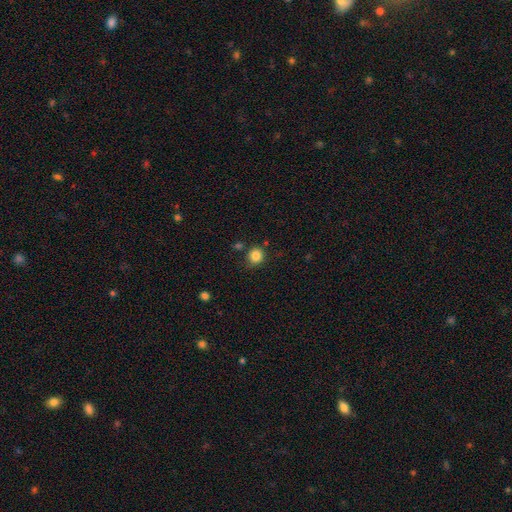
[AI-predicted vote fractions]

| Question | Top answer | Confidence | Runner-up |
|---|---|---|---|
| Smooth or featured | smooth | 84% | star or artifact (11%) |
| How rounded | round | 88% | in between (11%) |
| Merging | none | 80% | minor disturbance (13%) |